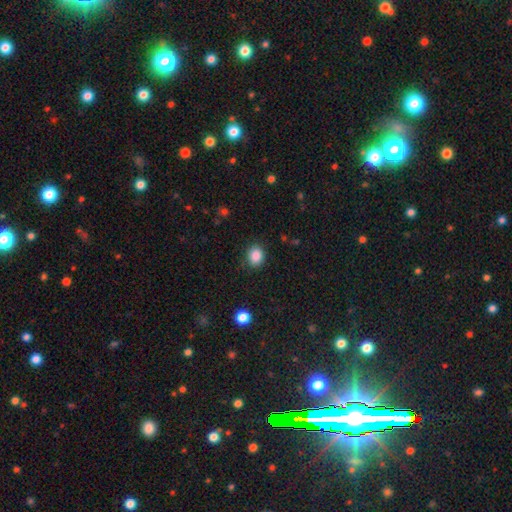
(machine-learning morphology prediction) This appears to be a smooth galaxy with no disk features (87%) that is round (57%). Merging: none (87%).